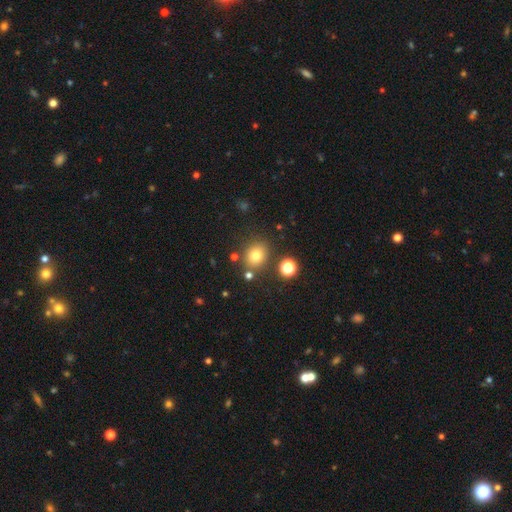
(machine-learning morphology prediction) This is likely a smooth galaxy (76%). How rounded: likely round (68%). Merging: likely none (80%).